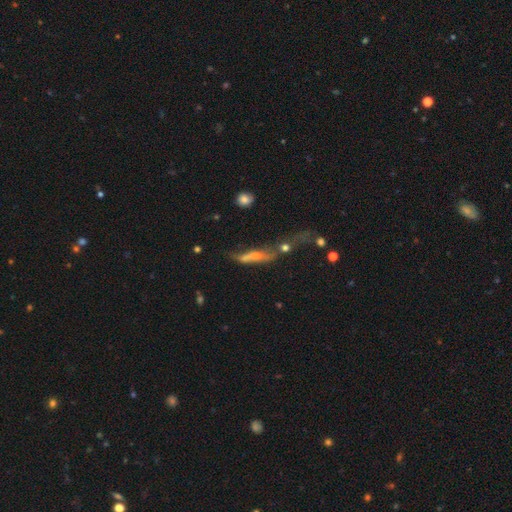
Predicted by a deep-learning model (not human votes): This is possibly a featured or disk galaxy (46%). Merging: marginally merger (33%).